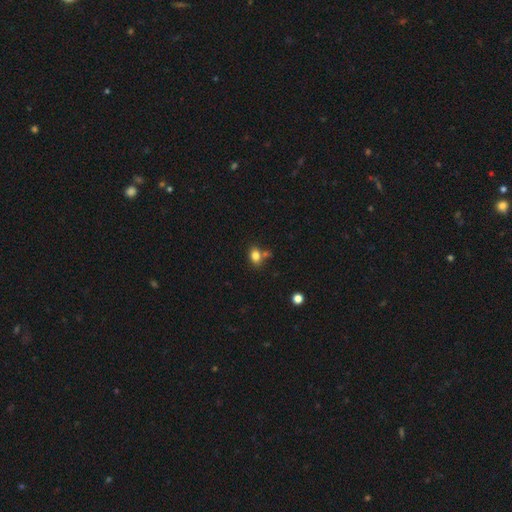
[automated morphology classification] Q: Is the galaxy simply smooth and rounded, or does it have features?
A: smooth — 82%.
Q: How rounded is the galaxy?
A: in between — 69%.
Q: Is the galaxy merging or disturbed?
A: none — 62%.